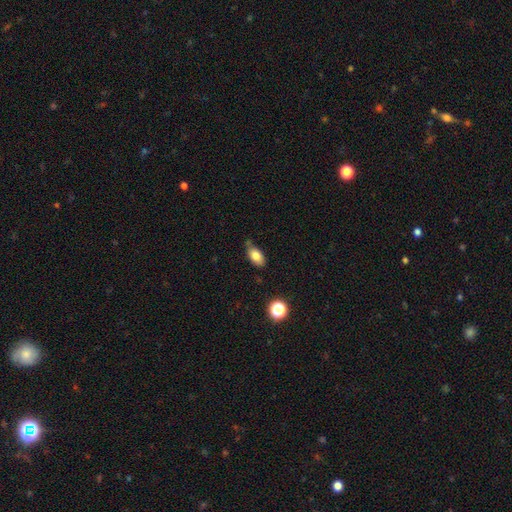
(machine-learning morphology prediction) smooth_or_featured: smooth (p=0.81) [alt: featured or disk p=0.10]
how_rounded: in between (p=0.89) [alt: round p=0.07]
merging: none (p=0.68) [alt: minor disturbance p=0.22]